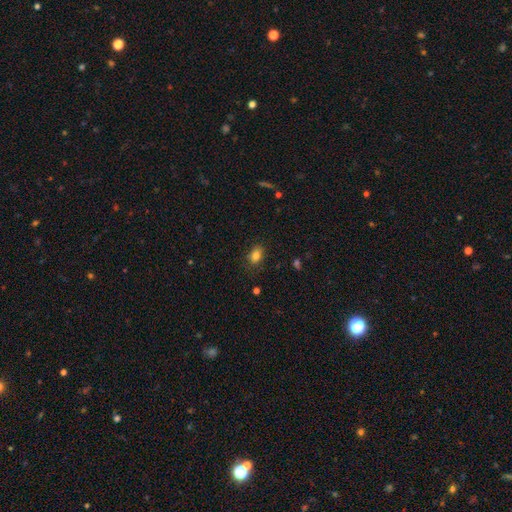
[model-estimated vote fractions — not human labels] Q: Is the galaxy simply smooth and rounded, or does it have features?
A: smooth — 82%.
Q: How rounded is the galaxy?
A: in between — 76%.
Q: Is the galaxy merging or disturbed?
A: none — 80%.